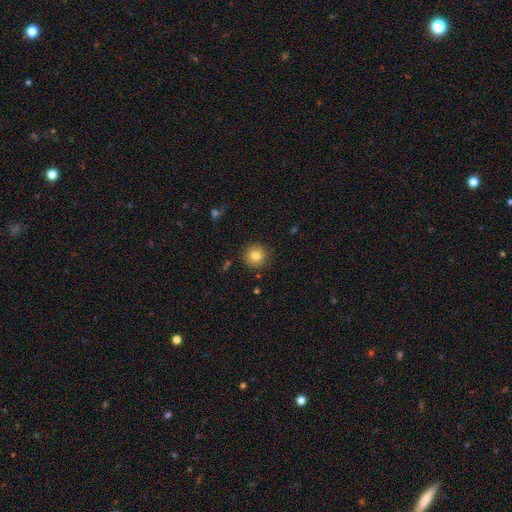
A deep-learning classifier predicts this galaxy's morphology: smooth_or_featured: smooth (p=0.81) [alt: star or artifact p=0.11]
how_rounded: round (p=0.95) [alt: in between p=0.04]
merging: none (p=0.90) [alt: minor disturbance p=0.06]